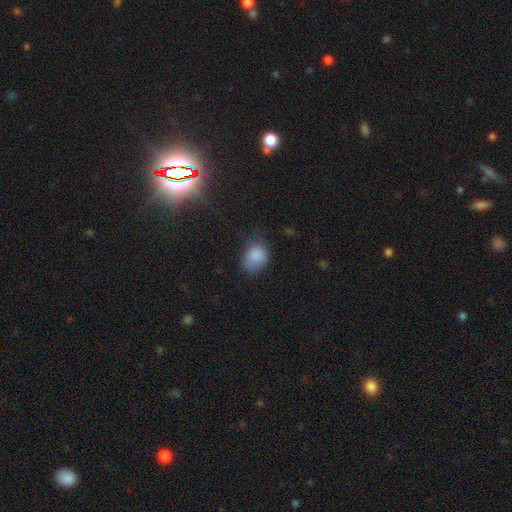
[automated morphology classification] Smooth or featured: smooth — 84% (star or artifact — 10%)
How rounded: in between — 61% (round — 38%)
Merging: none — 54% (minor disturbance — 33%)